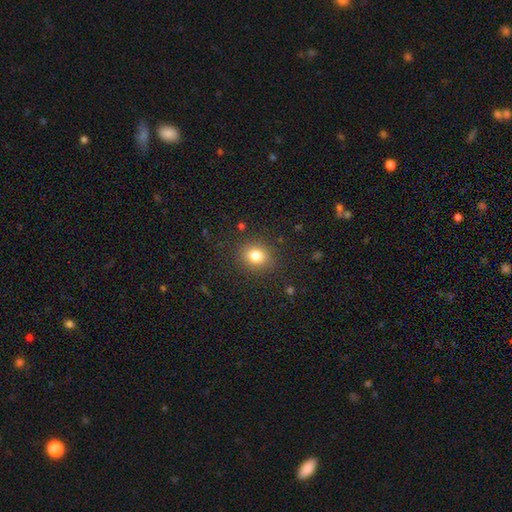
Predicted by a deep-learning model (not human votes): The model was most divided on "how rounded": round: 76%, in between: 23%, cigar-shaped: 1%. More confident: merging — none (87%); smooth or featured — smooth (80%).